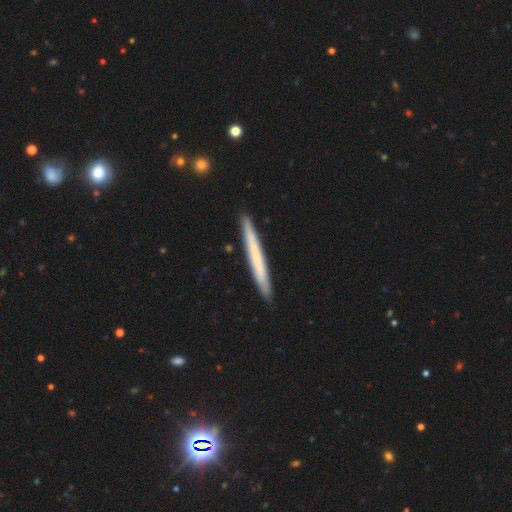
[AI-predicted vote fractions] smooth_or_featured: smooth (p=0.57) [alt: featured or disk p=0.37]
how_rounded: cigar-shaped (p=0.97) [alt: in between p=0.02]
merging: none (p=0.91) [alt: minor disturbance p=0.07]